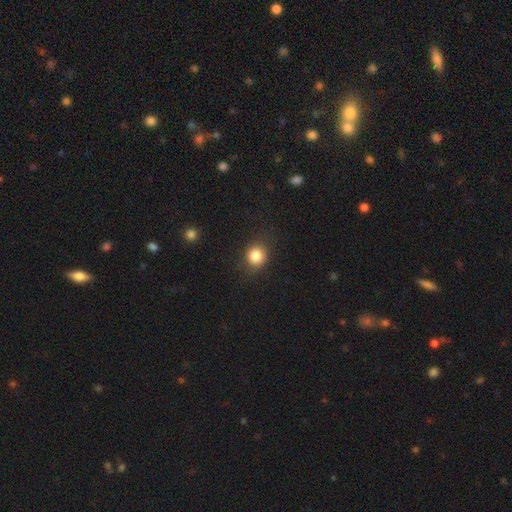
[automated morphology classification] Q: Smooth or featured?
A: smooth (84%); runner-up: star or artifact (11%)
Q: How rounded?
A: round (83%); runner-up: in between (16%)
Q: Merging?
A: none (83%); runner-up: minor disturbance (11%)